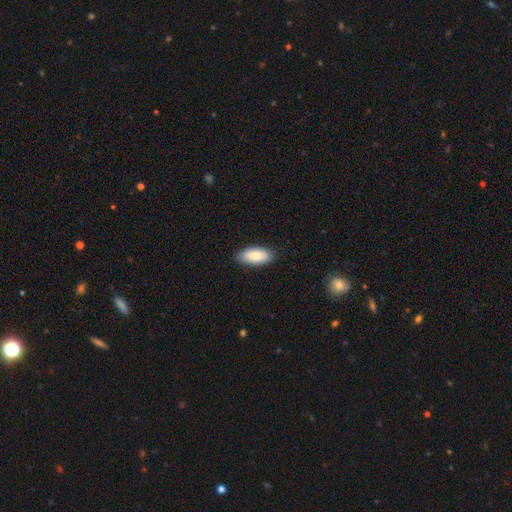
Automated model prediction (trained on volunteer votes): A smooth galaxy with no disk features (83%) that is in between round and cigar-shaped (87%). Merging: none (87%).